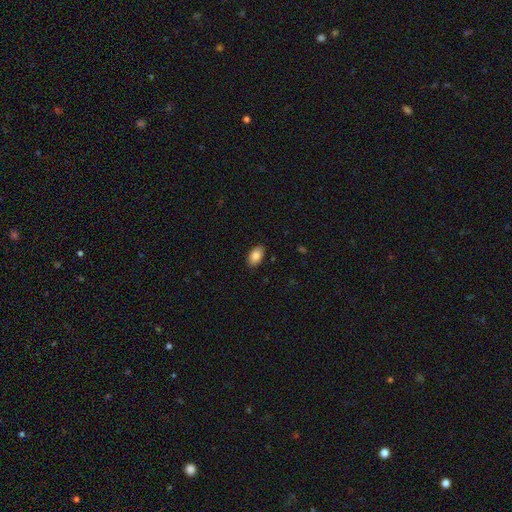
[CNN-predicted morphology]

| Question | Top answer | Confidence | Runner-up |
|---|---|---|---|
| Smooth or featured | smooth | 85% | featured or disk (8%) |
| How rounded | in between | 93% | round (6%) |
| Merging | none | 88% | minor disturbance (9%) |